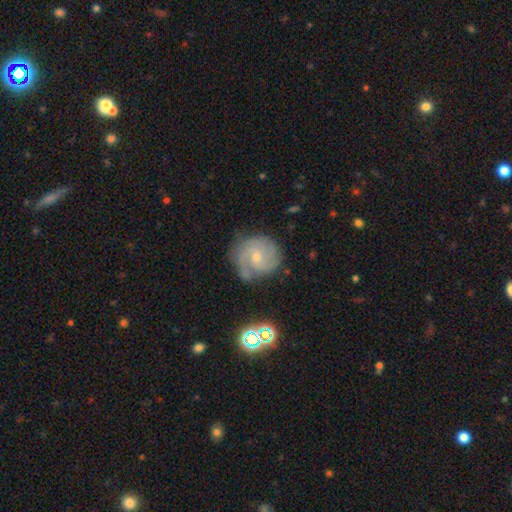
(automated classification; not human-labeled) Q: Smooth or featured?
A: featured or disk (73%); runner-up: smooth (18%)
Q: Edge-on disk?
A: no (98%); runner-up: yes (2%)
Q: Bar?
A: no (58%); runner-up: weak (37%)
Q: Spiral arms?
A: yes (93%); runner-up: no (7%)
Q: Spiral winding?
A: tight (45%); runner-up: medium (41%)
Q: Spiral arm count?
A: 2 (43%); runner-up: can't tell (22%)
Q: Bulge size?
A: small (66%); runner-up: moderate (29%)
Q: Merging?
A: none (63%); runner-up: minor disturbance (23%)